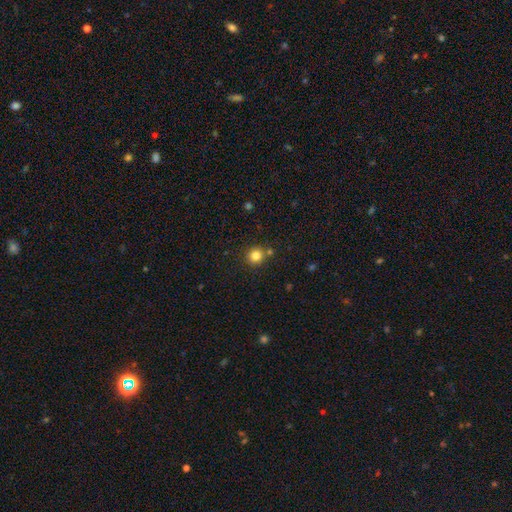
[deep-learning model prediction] Overall: smooth (82%). How rounded: round (91%). Merging: none (81%).